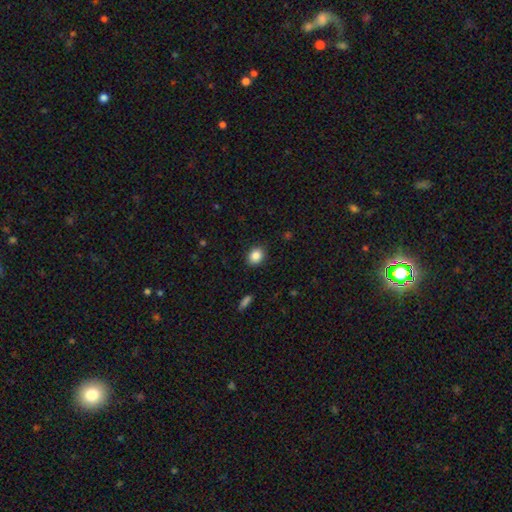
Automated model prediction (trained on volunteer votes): The model was most divided on "how rounded": in between: 51%, round: 48%, cigar-shaped: 1%. More confident: merging — none (89%); smooth or featured — smooth (86%).